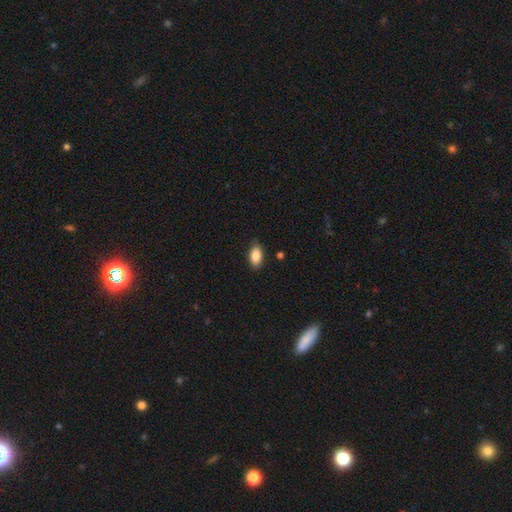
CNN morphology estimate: A smooth galaxy with no disk features (85%) that is in between round and cigar-shaped (91%). Merging: none (82%).